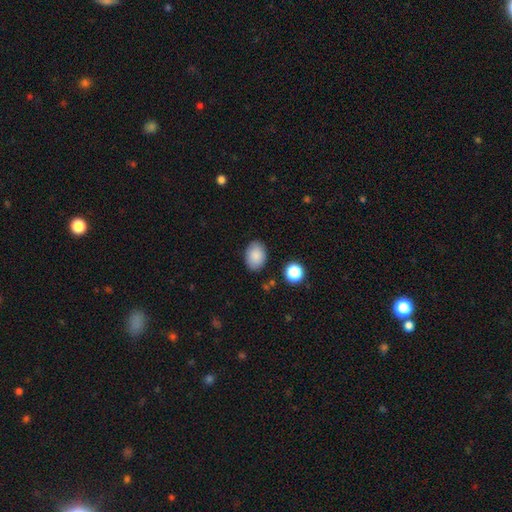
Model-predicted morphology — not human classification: Overall: smooth (87%). How rounded: in between (81%). Merging: none (85%).